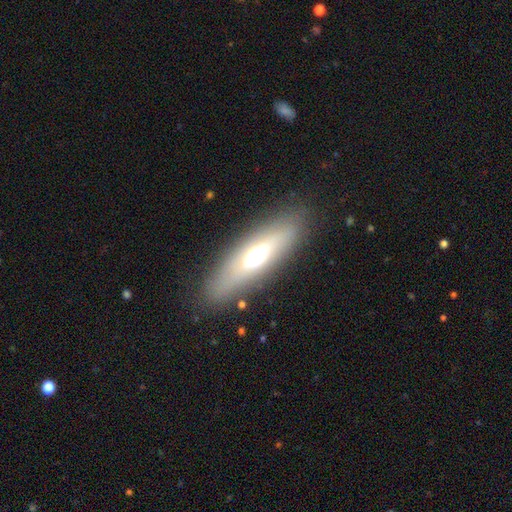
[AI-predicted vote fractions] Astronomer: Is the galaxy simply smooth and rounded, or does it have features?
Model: featured or disk — 46% (runner-up: smooth, 43%).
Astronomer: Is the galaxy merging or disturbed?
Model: none — 85%.